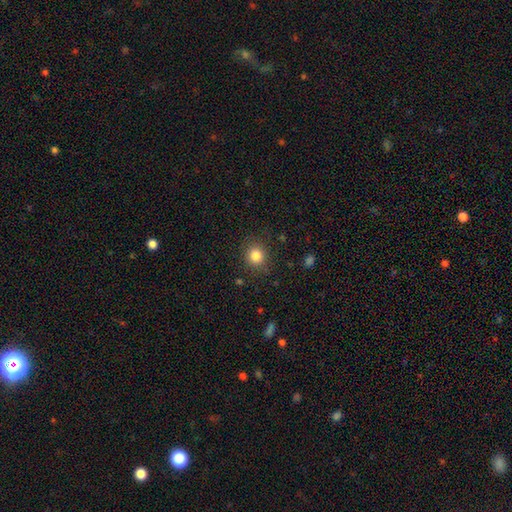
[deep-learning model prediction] This is clearly a smooth galaxy (83%). How rounded: clearly round (86%). Merging: clearly none (86%).